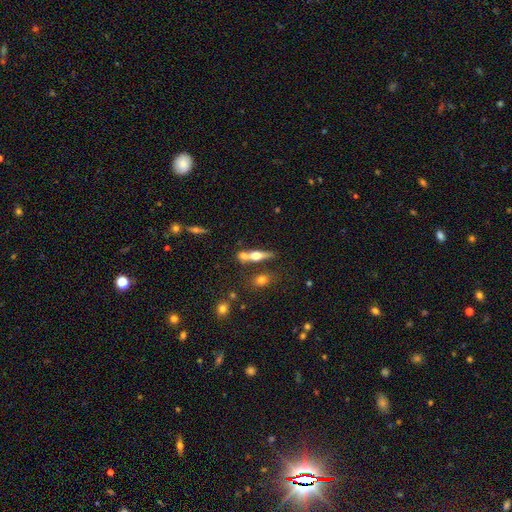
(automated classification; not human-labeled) featured or disk 48%, smooth 43%, star or artifact 9%. Down the decision tree: merging — none (51%).